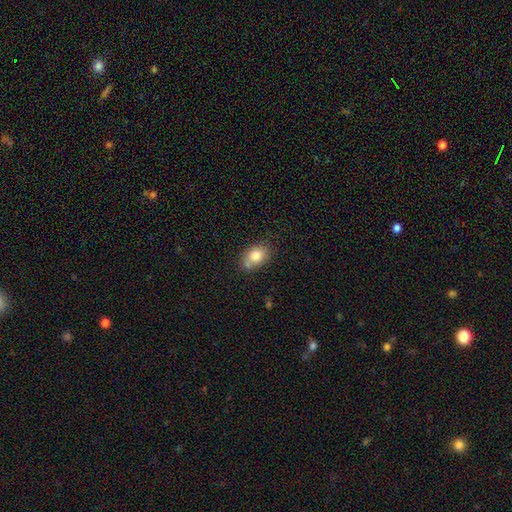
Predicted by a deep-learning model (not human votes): Smooth or featured?
  - smooth: 81% *
  - featured or disk: 11%
  - star or artifact: 9%
How rounded?
  - in between: 73% *
  - round: 25%
  - cigar-shaped: 1%
Merging?
  - none: 60% *
  - minor disturbance: 22%
  - merger: 13%
  - major disturbance: 5%